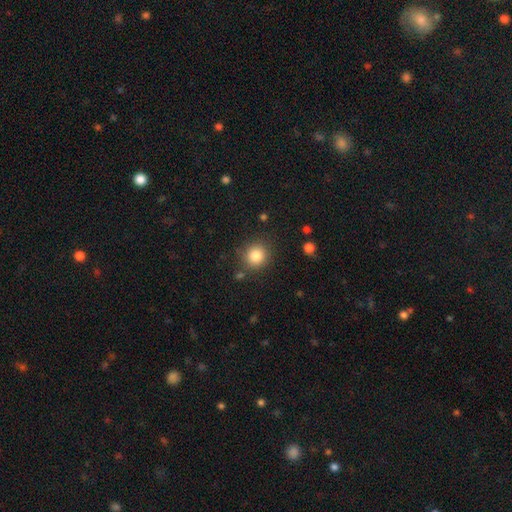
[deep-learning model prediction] Smooth or featured? Predicted: smooth (p=0.84). How rounded? Predicted: round (p=0.90). Merging? Predicted: none (p=0.85).